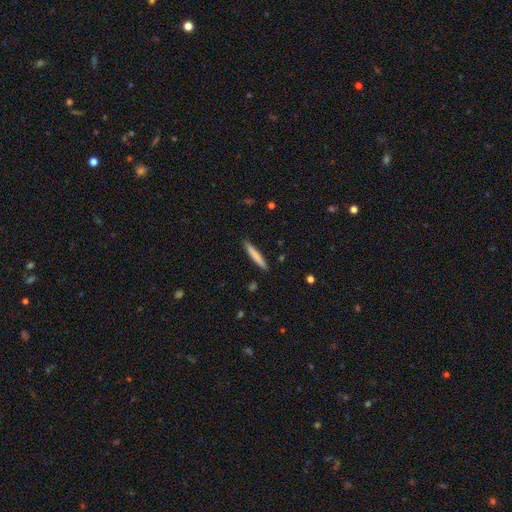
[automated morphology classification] smooth 75%, featured or disk 19%, star or artifact 5%. Down the decision tree: how rounded — cigar-shaped (95%); merging — none (91%).